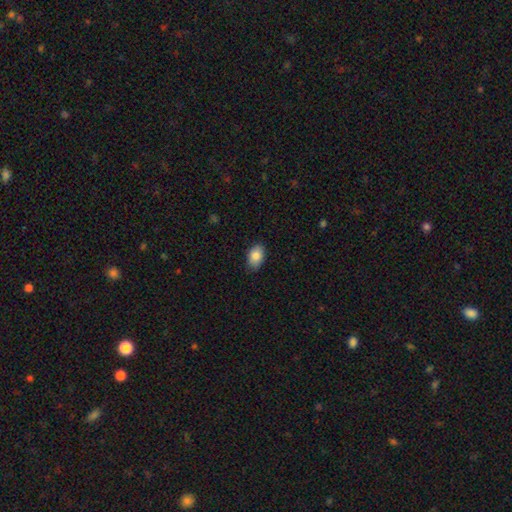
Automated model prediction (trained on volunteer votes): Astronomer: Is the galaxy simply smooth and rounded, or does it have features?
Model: smooth — 85%.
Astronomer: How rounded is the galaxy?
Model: in between — 89%.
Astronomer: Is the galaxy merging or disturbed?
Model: none — 85%.